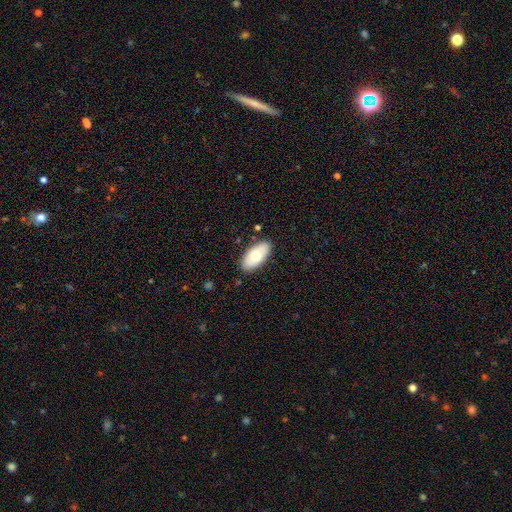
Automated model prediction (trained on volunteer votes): Smooth or featured: smooth — 66% (featured or disk — 28%)
How rounded: in between — 94% (cigar-shaped — 3%)
Merging: none — 86% (minor disturbance — 10%)